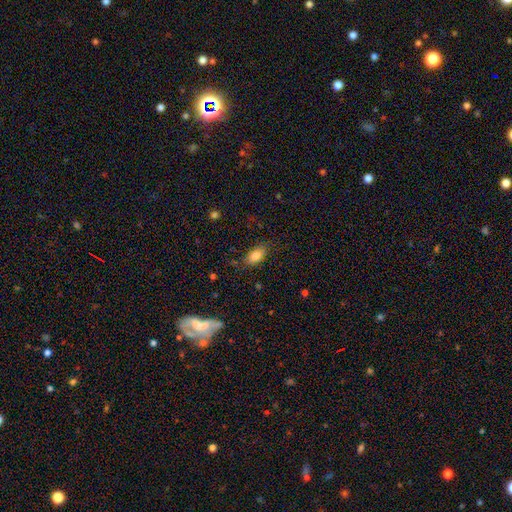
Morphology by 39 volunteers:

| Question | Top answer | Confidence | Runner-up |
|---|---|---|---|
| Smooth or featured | smooth | 85% | featured or disk (8%) |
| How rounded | in between | 94% | round (6%) |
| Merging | none | 89% | minor disturbance (8%) |